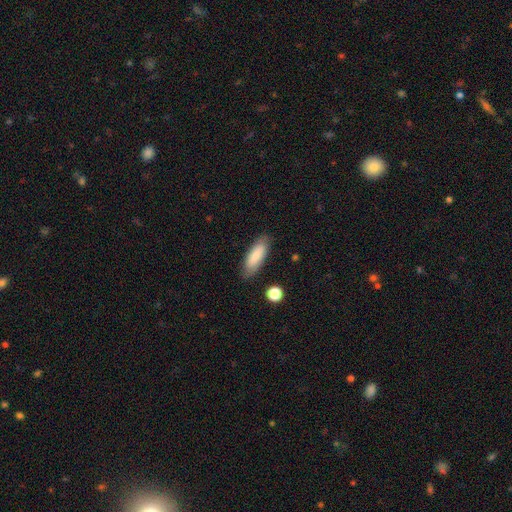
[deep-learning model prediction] smooth 83%, featured or disk 11%, star or artifact 6%. Down the decision tree: how rounded — in between (62%); merging — none (83%).